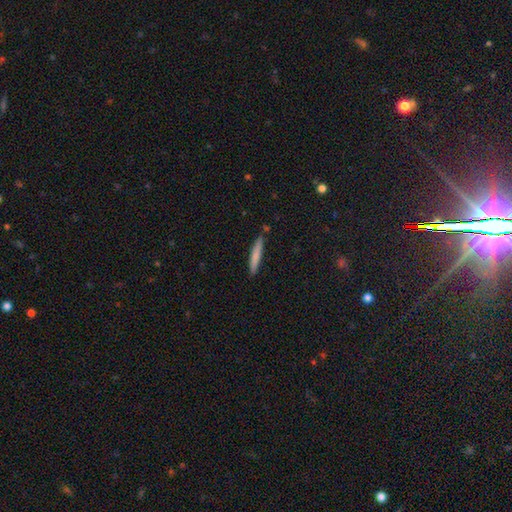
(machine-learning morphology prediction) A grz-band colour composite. It shows a smooth galaxy with no disk features (74%) that is cigar-shaped (94%). Merging: none (86%).